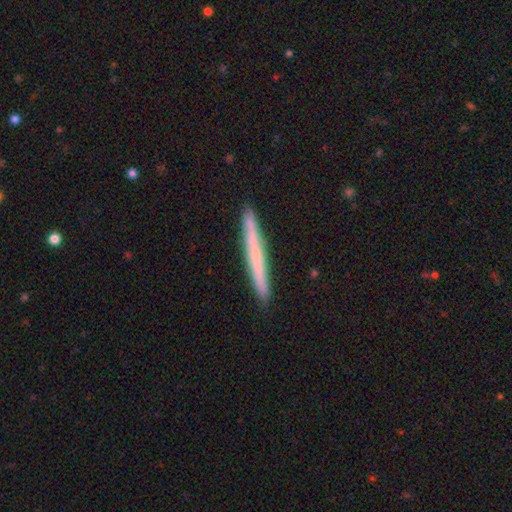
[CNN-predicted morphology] Smooth or featured? Predicted: smooth (p=0.56). How rounded? Predicted: cigar-shaped (p=0.97). Merging? Predicted: none (p=0.91).